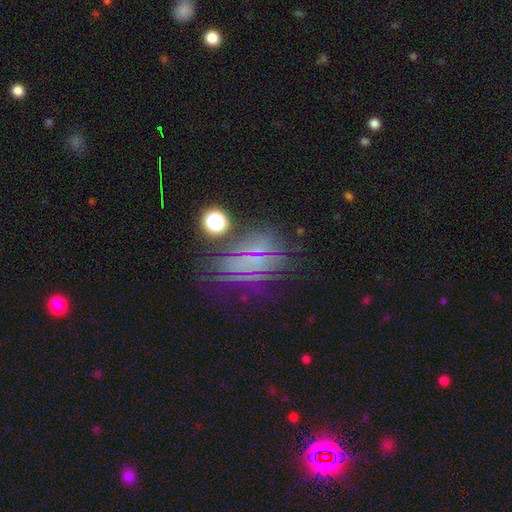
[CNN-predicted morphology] Q: Smooth or featured?
A: star or artifact (55%); runner-up: smooth (25%)